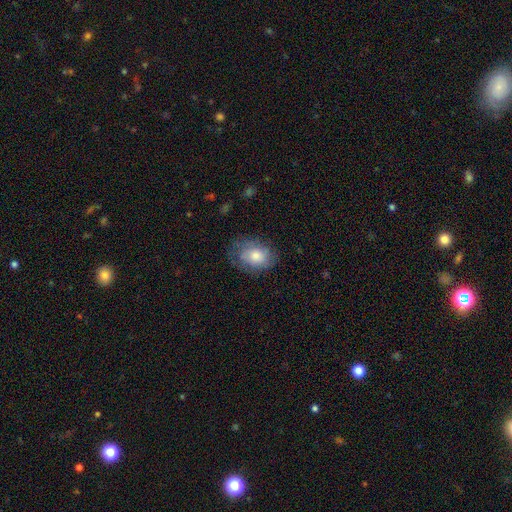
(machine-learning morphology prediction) Smooth or featured? Predicted: smooth (p=0.68). How rounded? Predicted: in between (p=0.74). Merging? Predicted: none (p=0.67).